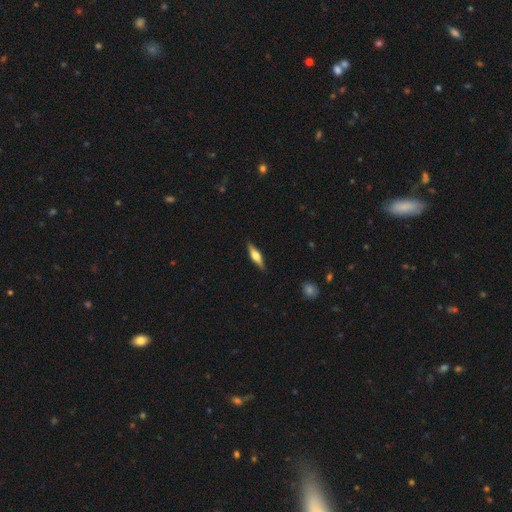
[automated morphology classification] This appears to be a featured or disk galaxy (48%). Merging: none (88%).